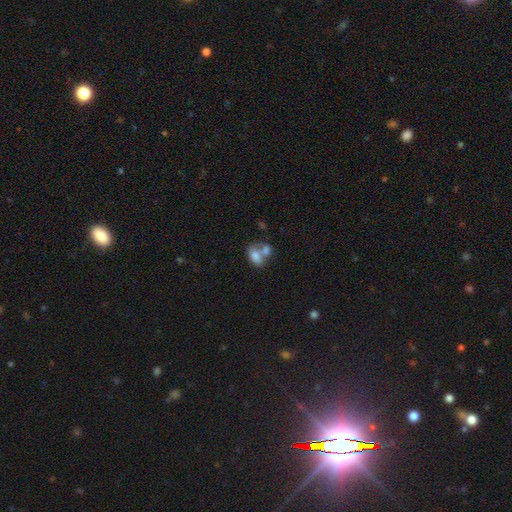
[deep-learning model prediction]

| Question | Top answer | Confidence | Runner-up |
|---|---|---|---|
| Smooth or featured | smooth | 73% | featured or disk (18%) |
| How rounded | in between | 85% | round (13%) |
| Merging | merger | 59% | none (24%) |